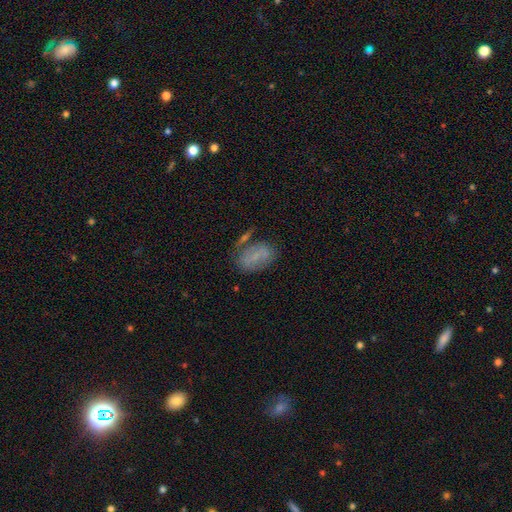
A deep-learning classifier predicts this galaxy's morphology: The model was most divided on "smooth or featured": smooth: 56%, featured or disk: 31%, star or artifact: 14%. More confident: how rounded — in between (84%); merging — none (54%).